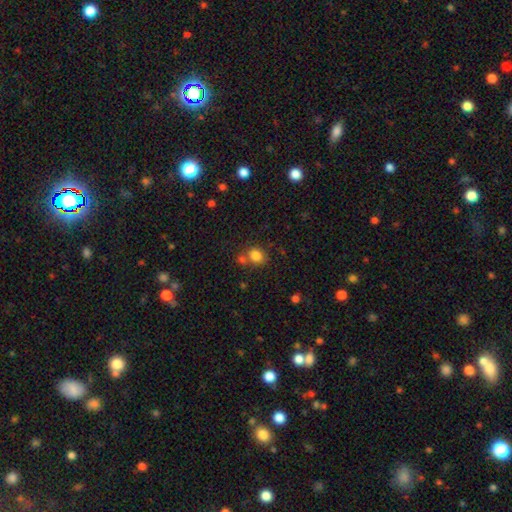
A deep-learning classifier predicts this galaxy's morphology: type=smooth (82%); roundness=round (68%); merging=none (58%).